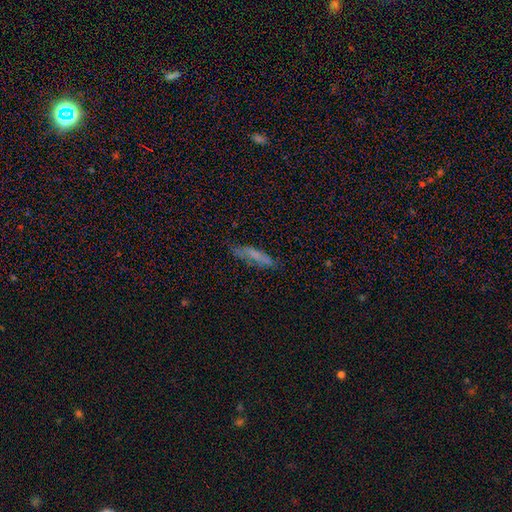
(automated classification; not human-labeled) Q: Smooth or featured?
A: smooth (59%); runner-up: featured or disk (28%)
Q: How rounded?
A: cigar-shaped (72%); runner-up: in between (25%)
Q: Merging?
A: none (69%); runner-up: minor disturbance (21%)